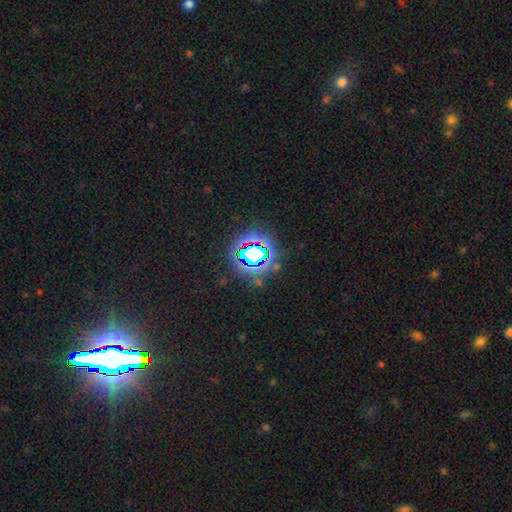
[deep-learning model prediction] A star or artifact, not a galaxy (65%).